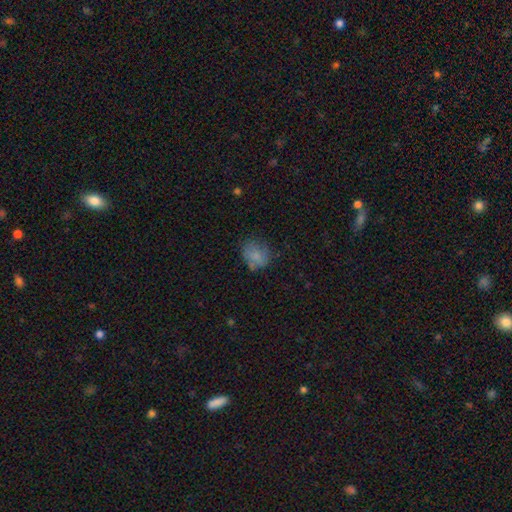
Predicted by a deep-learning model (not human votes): Overall: smooth (75%). How rounded: round (55%; in between 44%). Merging: none (58%; minor disturbance 26%).